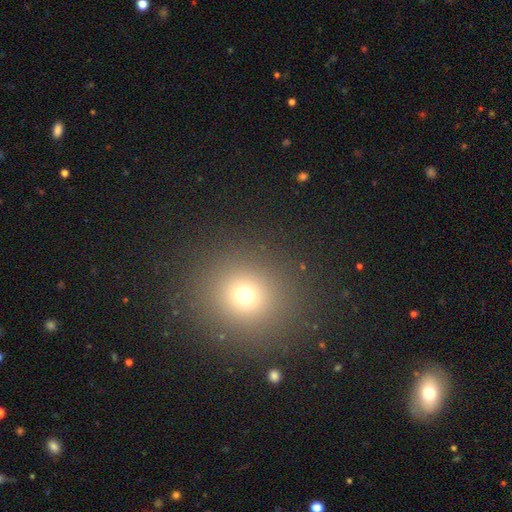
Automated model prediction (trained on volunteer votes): The model was most divided on "smooth or featured": smooth: 66%, star or artifact: 27%, featured or disk: 8%. More confident: merging — none (90%); how rounded — round (88%).